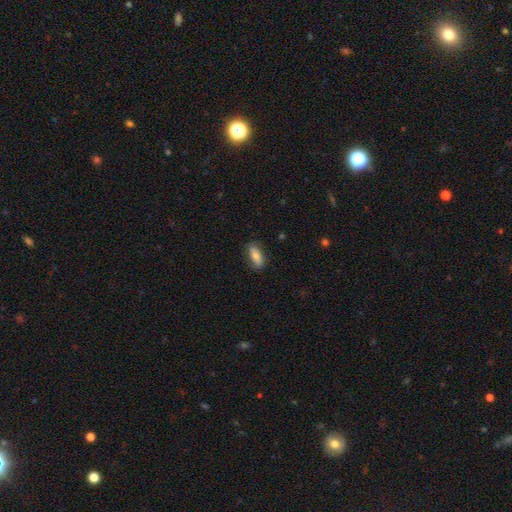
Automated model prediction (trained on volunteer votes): Smooth or featured: smooth — 77% (featured or disk — 16%)
How rounded: in between — 80% (cigar-shaped — 17%)
Merging: none — 81% (minor disturbance — 14%)